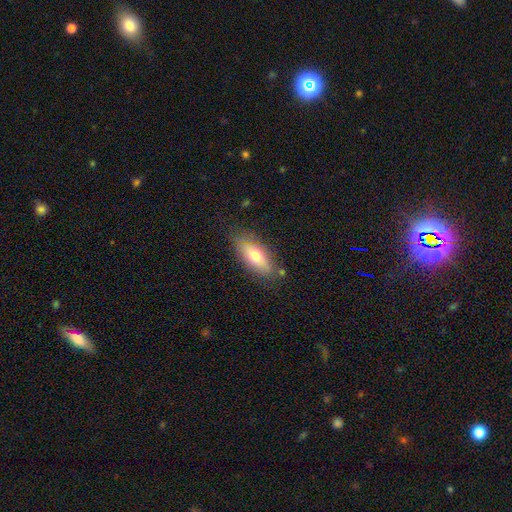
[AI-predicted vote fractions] Smooth or featured? Predicted: smooth (p=0.67). How rounded? Predicted: in between (p=0.81). Merging? Predicted: none (p=0.74).